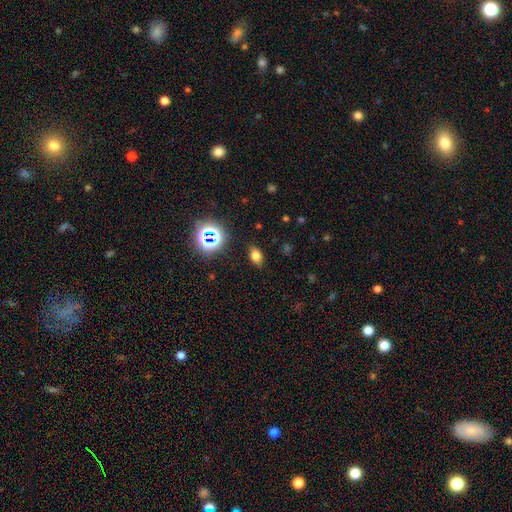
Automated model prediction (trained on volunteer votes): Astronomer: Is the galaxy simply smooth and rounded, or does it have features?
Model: smooth — 71%.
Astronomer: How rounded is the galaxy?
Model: in between — 80%.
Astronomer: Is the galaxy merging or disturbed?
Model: none — 85%.